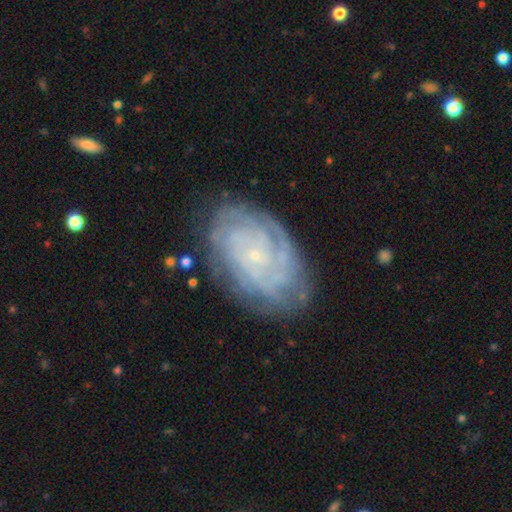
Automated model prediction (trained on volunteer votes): Smooth or featured?
  - featured or disk: 82% *
  - smooth: 11%
  - star or artifact: 7%
Edge-on disk?
  - no: 97% *
  - yes: 3%
Bar?
  - no: 80% *
  - weak: 17%
  - strong: 4%
Spiral arms?
  - yes: 95% *
  - no: 5%
Spiral winding?
  - tight: 78% *
  - medium: 18%
  - loose: 4%
Spiral arm count?
  - can't tell: 35% *
  - 4: 19%
  - 3: 15%
  - 2: 12%
  - more than 4: 11%
  - 1: 7%
Bulge size?
  - small: 87% *
  - moderate: 8%
  - none: 4%
  - large: 1%
  - dominant: 1%
Merging?
  - none: 76% *
  - minor disturbance: 17%
  - major disturbance: 5%
  - merger: 2%